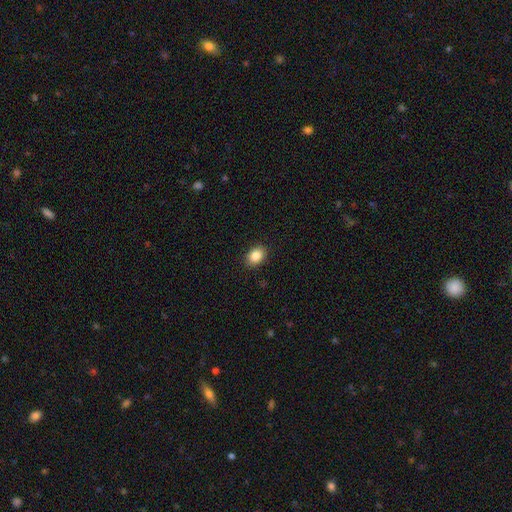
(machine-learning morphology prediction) smooth_or_featured: smooth (p=0.87) [alt: star or artifact p=0.08]
how_rounded: in between (p=0.73) [alt: round p=0.26]
merging: none (p=0.90) [alt: minor disturbance p=0.07]